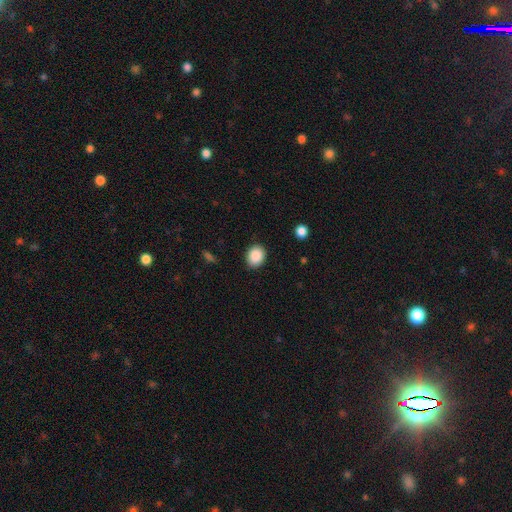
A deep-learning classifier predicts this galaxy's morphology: Smooth or featured?
  - smooth: 89% *
  - star or artifact: 8%
  - featured or disk: 3%
How rounded?
  - round: 54% *
  - in between: 45%
  - cigar-shaped: 1%
Merging?
  - none: 88% *
  - minor disturbance: 8%
  - major disturbance: 2%
  - merger: 1%